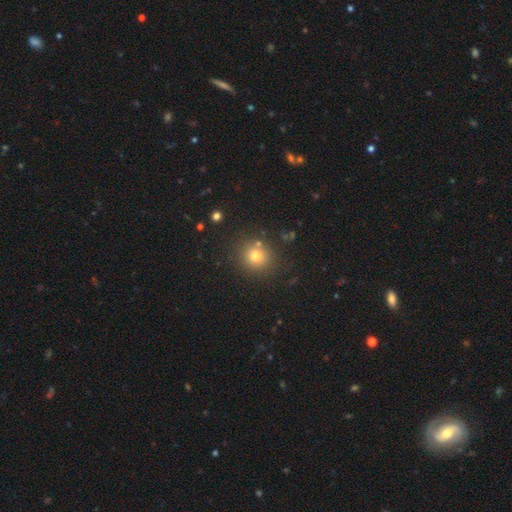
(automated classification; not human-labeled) Smooth or featured: smooth — 75% (star or artifact — 16%)
How rounded: round — 88% (in between — 11%)
Merging: none — 84% (minor disturbance — 8%)